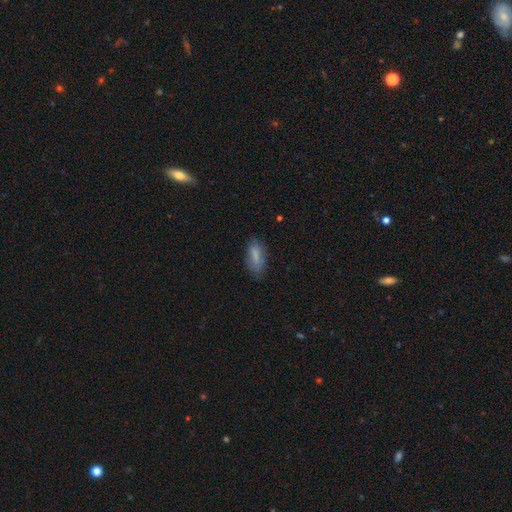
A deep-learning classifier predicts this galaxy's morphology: Smooth or featured?
  - smooth: 77% *
  - featured or disk: 14%
  - star or artifact: 9%
How rounded?
  - in between: 77% *
  - cigar-shaped: 20%
  - round: 3%
Merging?
  - none: 67% *
  - minor disturbance: 24%
  - major disturbance: 8%
  - merger: 2%